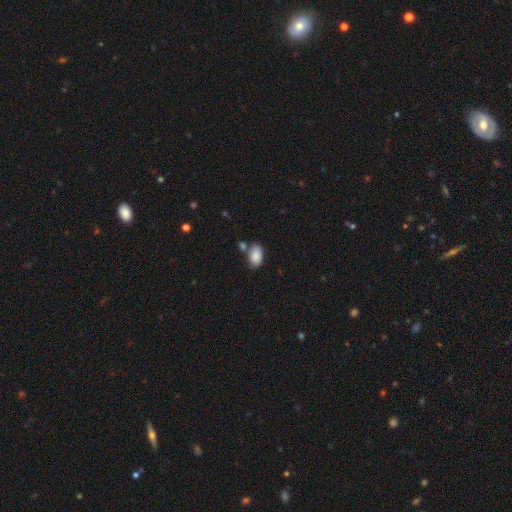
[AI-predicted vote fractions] Q: Smooth or featured?
A: smooth (86%); runner-up: star or artifact (7%)
Q: How rounded?
A: in between (92%); runner-up: round (7%)
Q: Merging?
A: none (67%); runner-up: minor disturbance (15%)